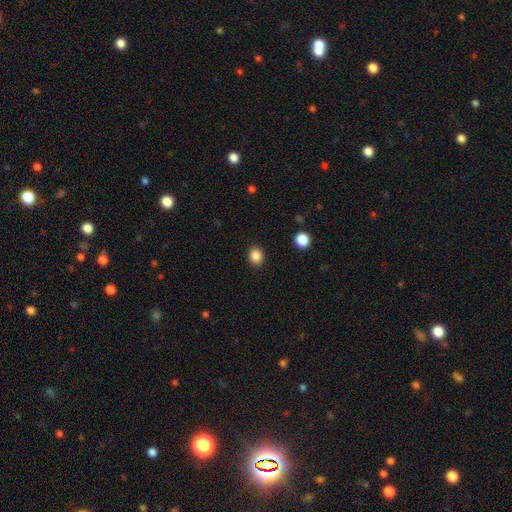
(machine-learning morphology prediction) Q: Smooth or featured?
A: smooth (86%); runner-up: star or artifact (10%)
Q: How rounded?
A: round (63%); runner-up: in between (36%)
Q: Merging?
A: none (90%); runner-up: minor disturbance (7%)